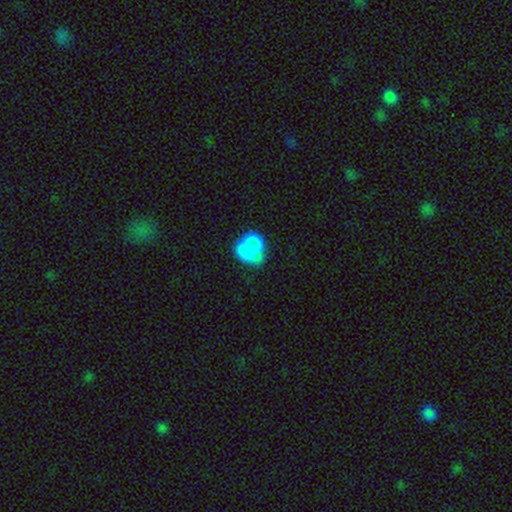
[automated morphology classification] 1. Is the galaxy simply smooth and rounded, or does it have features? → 73% smooth, 20% featured or disk, 8% star or artifact.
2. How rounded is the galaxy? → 55% in between, 44% round, 1% cigar-shaped.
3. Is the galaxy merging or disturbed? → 47% merger, 23% none, 15% major disturbance, 14% minor disturbance.